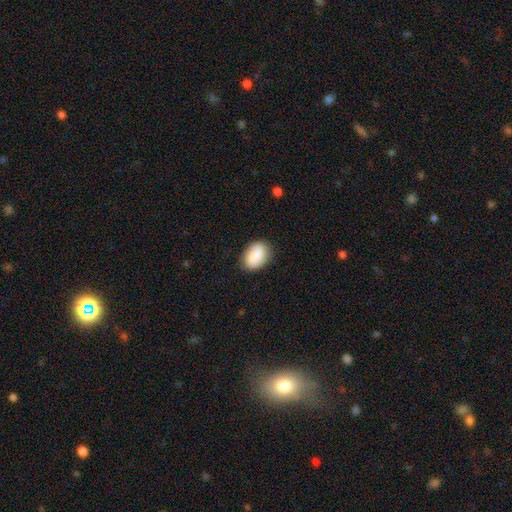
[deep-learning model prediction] Morphology: type=smooth (83%); roundness=in between (85%); merging=none (83%).